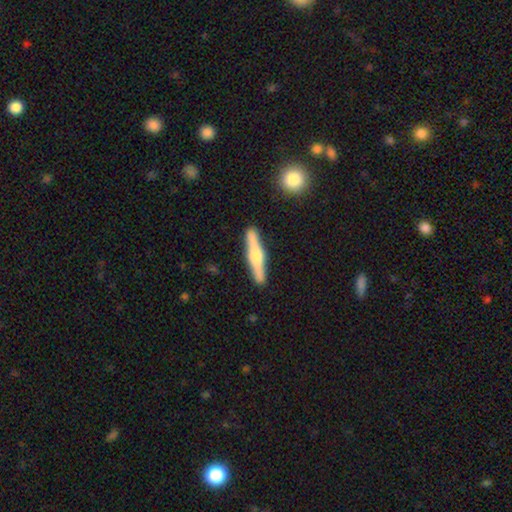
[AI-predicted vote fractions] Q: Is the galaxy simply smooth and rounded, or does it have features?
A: featured or disk — 63%.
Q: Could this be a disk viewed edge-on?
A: yes — 97%.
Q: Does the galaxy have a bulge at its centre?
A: rounded — 87%.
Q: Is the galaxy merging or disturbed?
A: none — 90%.